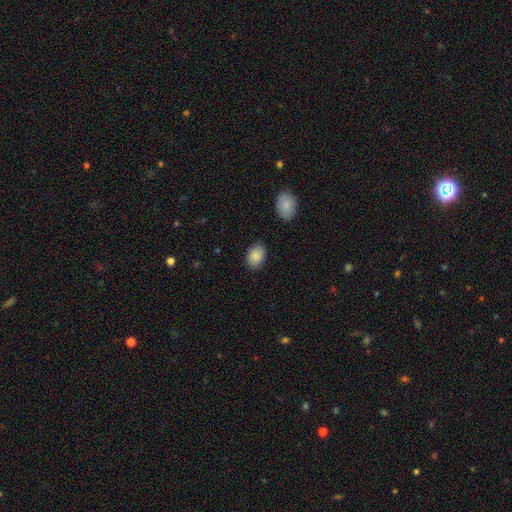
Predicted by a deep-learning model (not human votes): This is clearly a smooth galaxy (88%). How rounded: clearly in between (84%). Merging: clearly none (85%).